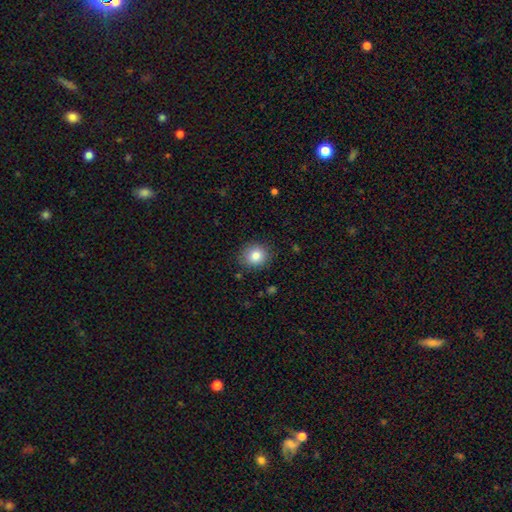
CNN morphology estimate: Smooth or featured: smooth — 83% (star or artifact — 10%)
How rounded: round — 81% (in between — 18%)
Merging: none — 86% (minor disturbance — 10%)